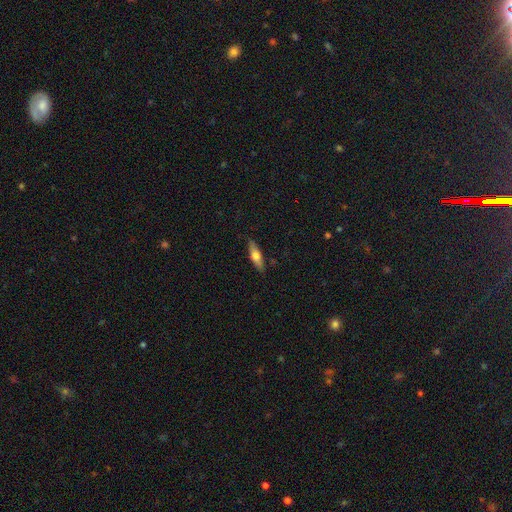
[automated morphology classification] Smooth or featured? smooth (54%)
How rounded? cigar-shaped (63%)
Merging? none (85%)